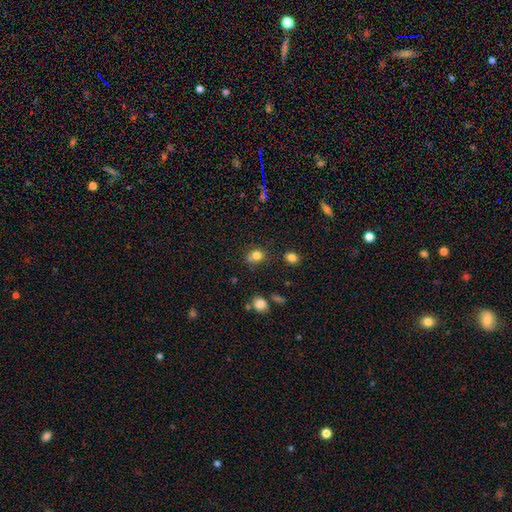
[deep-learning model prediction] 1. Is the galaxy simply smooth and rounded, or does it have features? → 79% smooth, 14% star or artifact, 7% featured or disk.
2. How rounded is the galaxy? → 70% round, 29% in between, 1% cigar-shaped.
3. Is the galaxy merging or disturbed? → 63% none, 17% minor disturbance, 15% merger, 5% major disturbance.